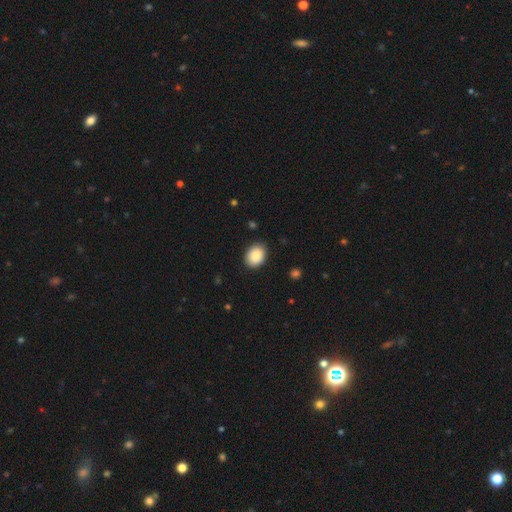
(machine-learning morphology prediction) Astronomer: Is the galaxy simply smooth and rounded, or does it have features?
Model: smooth — 89%.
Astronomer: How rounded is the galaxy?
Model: in between — 71%.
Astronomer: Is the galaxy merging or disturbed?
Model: none — 87%.